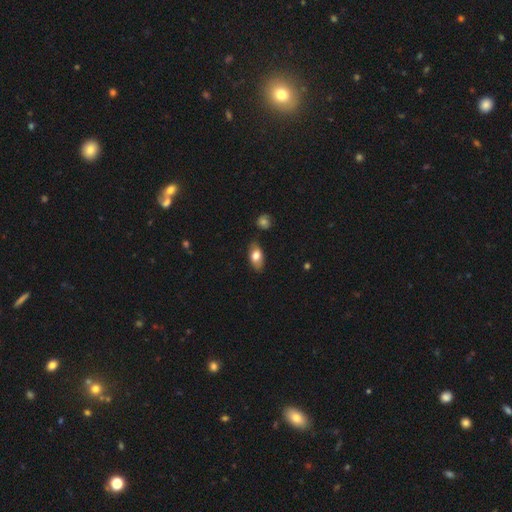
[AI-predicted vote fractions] Morphology: type=smooth (74%); roundness=in between (89%); merging=none (82%).